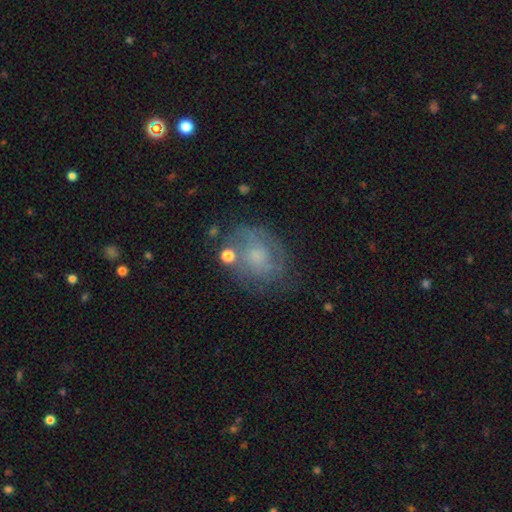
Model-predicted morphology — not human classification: A featured or disk galaxy (53%) with no bar (78%), spiral arms (63%) and a small central bulge (38%). Merging: none (59%).